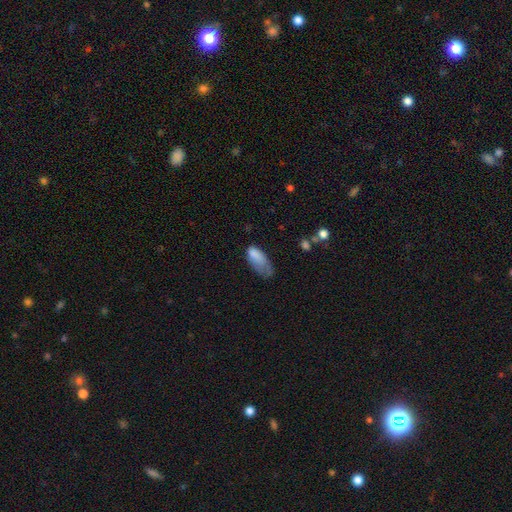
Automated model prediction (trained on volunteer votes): Q: Smooth or featured?
A: smooth (78%); runner-up: featured or disk (14%)
Q: How rounded?
A: in between (87%); runner-up: cigar-shaped (10%)
Q: Merging?
A: minor disturbance (38%); runner-up: major disturbance (36%)